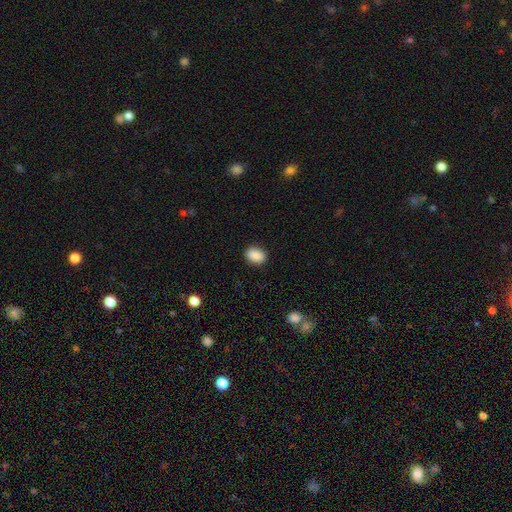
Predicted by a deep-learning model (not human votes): The model was most divided on "how rounded": in between: 71%, round: 28%, cigar-shaped: 1%. More confident: smooth or featured — smooth (89%); merging — none (87%).